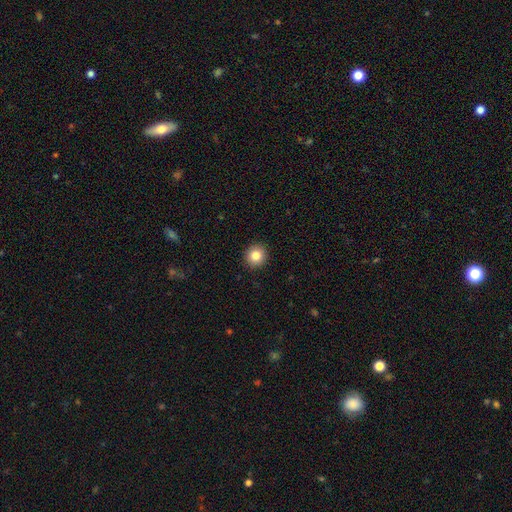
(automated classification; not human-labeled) Smooth or featured?
  - smooth: 84% *
  - star or artifact: 10%
  - featured or disk: 6%
How rounded?
  - round: 92% *
  - in between: 8%
  - cigar-shaped: 1%
Merging?
  - none: 93% *
  - minor disturbance: 5%
  - major disturbance: 2%
  - merger: 1%